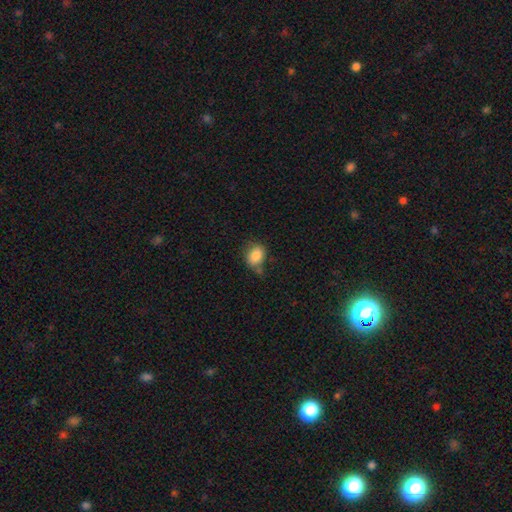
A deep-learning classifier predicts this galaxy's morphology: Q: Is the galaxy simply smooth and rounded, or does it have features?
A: smooth — 85%.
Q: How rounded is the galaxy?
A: in between — 59%.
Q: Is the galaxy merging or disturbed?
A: none — 61%.